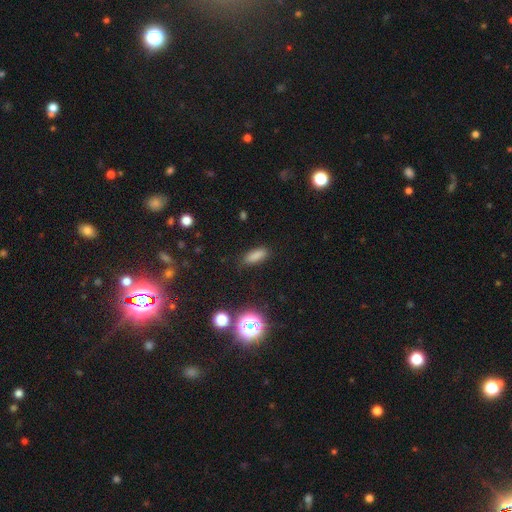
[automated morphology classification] smooth 80%, star or artifact 14%, featured or disk 6%. Down the decision tree: how rounded — in between (72%); merging — none (79%).